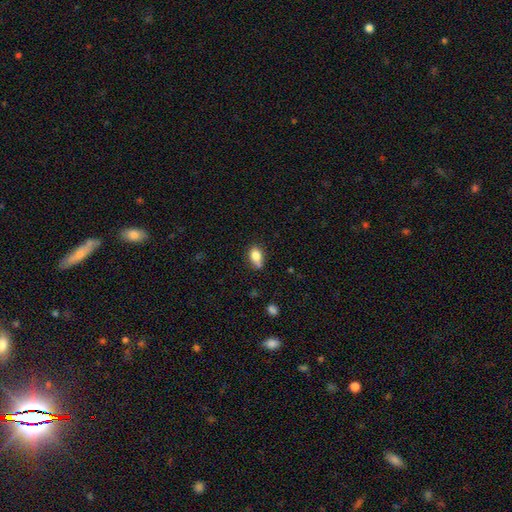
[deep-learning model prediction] Q: Smooth or featured?
A: smooth (80%); runner-up: featured or disk (11%)
Q: How rounded?
A: in between (77%); runner-up: round (20%)
Q: Merging?
A: none (51%); runner-up: minor disturbance (29%)